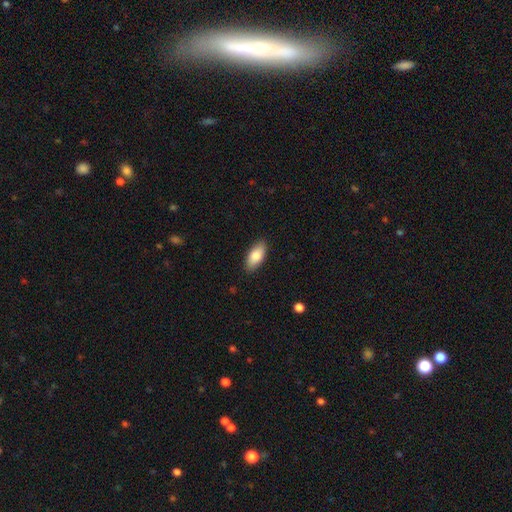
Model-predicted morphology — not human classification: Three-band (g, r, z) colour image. It shows a smooth galaxy with no disk features (85%) that is in between round and cigar-shaped (89%). Merging: none (88%).